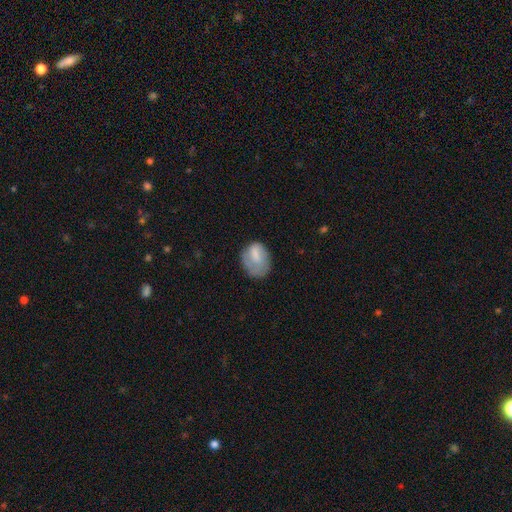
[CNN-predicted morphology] The model was most divided on "merging": none: 47%, minor disturbance: 31%, major disturbance: 20%, merger: 2%. More confident: smooth or featured — smooth (72%); how rounded — in between (70%).